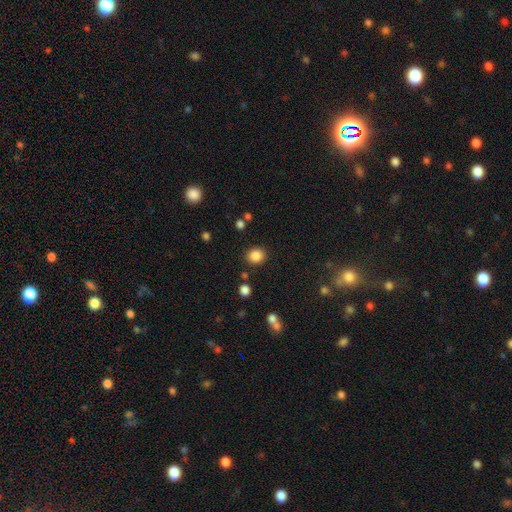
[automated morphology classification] type=smooth (85%); roundness=round (74%); merging=none (86%).